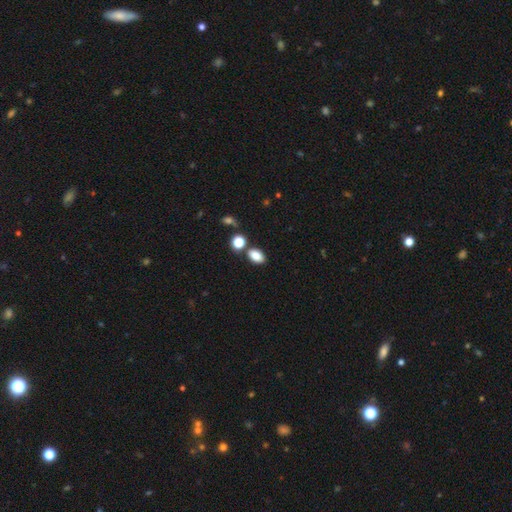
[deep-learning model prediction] Smooth or featured: smooth — 85% (star or artifact — 10%)
How rounded: in between — 86% (round — 12%)
Merging: none — 75% (minor disturbance — 11%)